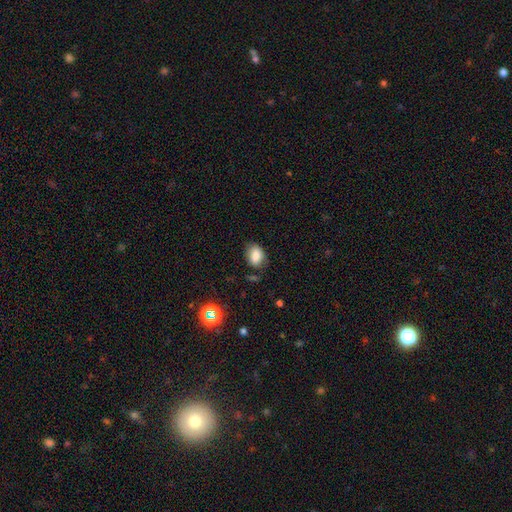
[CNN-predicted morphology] Smooth or featured? smooth (82%)
How rounded? in between (74%)
Merging? none (69%)